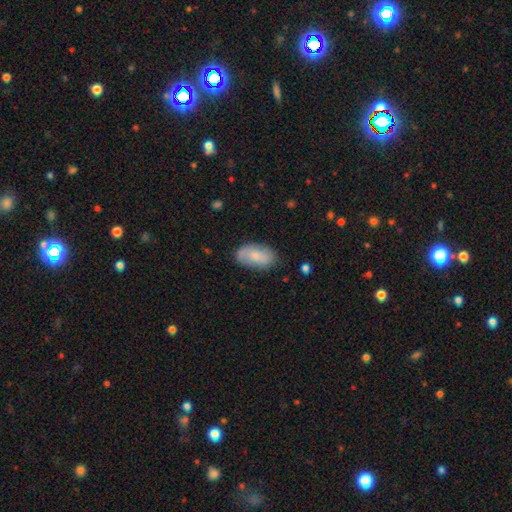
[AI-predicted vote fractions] smooth 65%, featured or disk 28%, star or artifact 7%. Down the decision tree: how rounded — in between (93%); merging — none (78%).